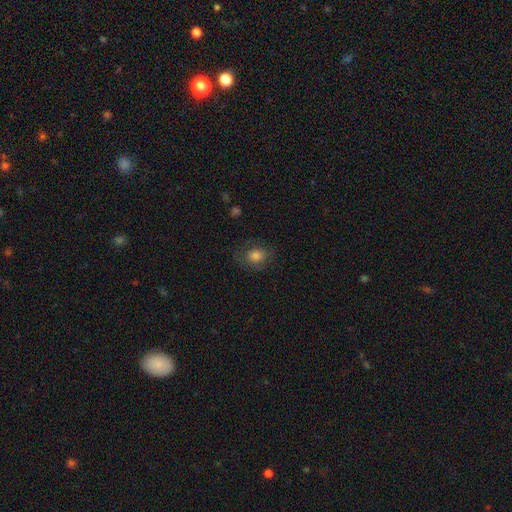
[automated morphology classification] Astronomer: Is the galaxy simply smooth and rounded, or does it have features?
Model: smooth — 74%.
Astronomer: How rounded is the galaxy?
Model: round — 52% (runner-up: in between, 47%).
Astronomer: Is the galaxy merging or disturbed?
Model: none — 73%.